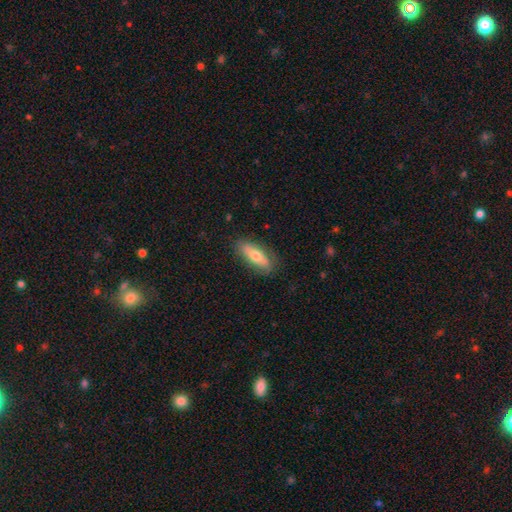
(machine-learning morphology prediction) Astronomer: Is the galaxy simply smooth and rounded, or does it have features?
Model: smooth — 60%.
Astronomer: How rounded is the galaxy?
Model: in between — 64%.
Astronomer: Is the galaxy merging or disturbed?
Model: none — 81%.